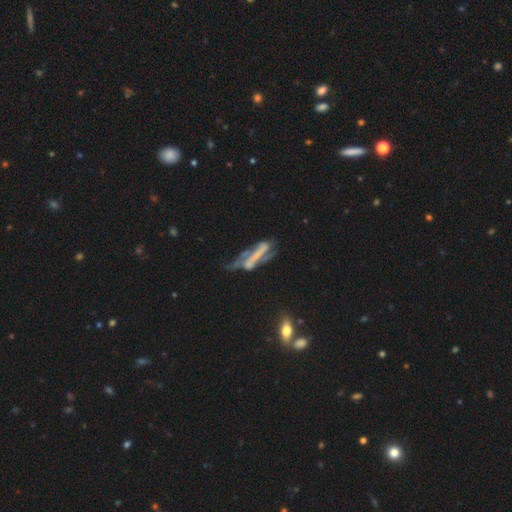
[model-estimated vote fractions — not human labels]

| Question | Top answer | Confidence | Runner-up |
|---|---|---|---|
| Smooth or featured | featured or disk | 58% | smooth (30%) |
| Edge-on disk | no | 65% | yes (35%) |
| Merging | major disturbance | 37% | none (26%) |